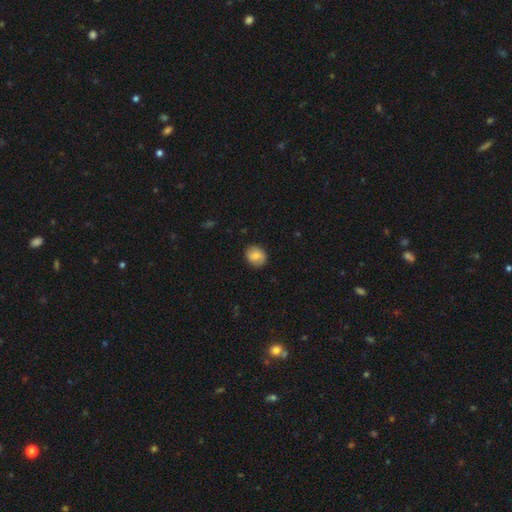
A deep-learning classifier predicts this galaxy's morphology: A smooth galaxy with no disk features (76%) that is round (67%). Merging: none (85%).